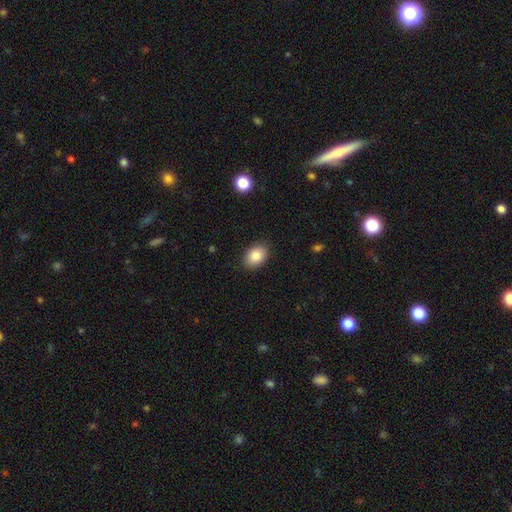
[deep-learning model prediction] This is clearly a smooth galaxy (85%). How rounded: clearly in between (81%). Merging: clearly none (87%).